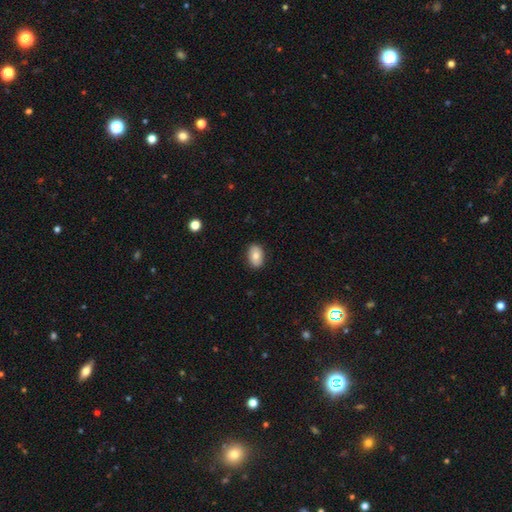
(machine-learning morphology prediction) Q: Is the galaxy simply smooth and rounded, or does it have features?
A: smooth — 77%.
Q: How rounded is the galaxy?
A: in between — 86%.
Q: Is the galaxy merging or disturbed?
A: none — 87%.